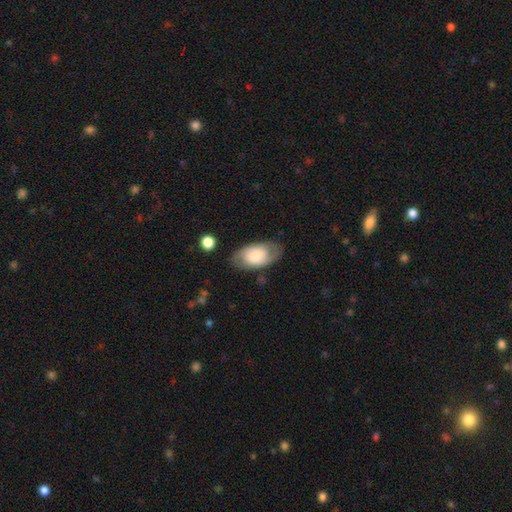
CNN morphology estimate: Smooth or featured?
  - smooth: 58% *
  - featured or disk: 36%
  - star or artifact: 7%
How rounded?
  - in between: 92% *
  - round: 6%
  - cigar-shaped: 2%
Merging?
  - none: 75% *
  - minor disturbance: 17%
  - major disturbance: 7%
  - merger: 2%